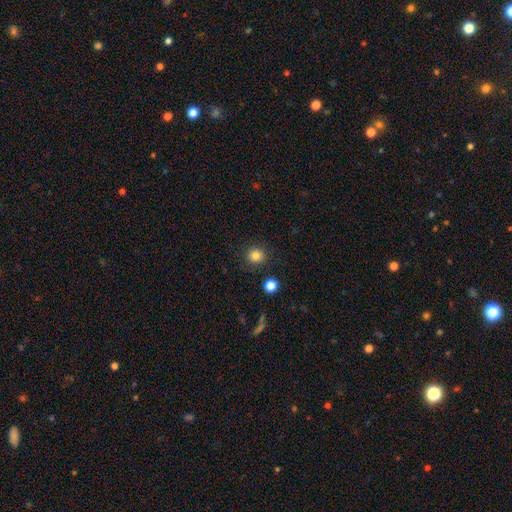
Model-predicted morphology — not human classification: Q: Smooth or featured?
A: smooth (82%); runner-up: star or artifact (12%)
Q: How rounded?
A: round (90%); runner-up: in between (9%)
Q: Merging?
A: none (89%); runner-up: minor disturbance (7%)